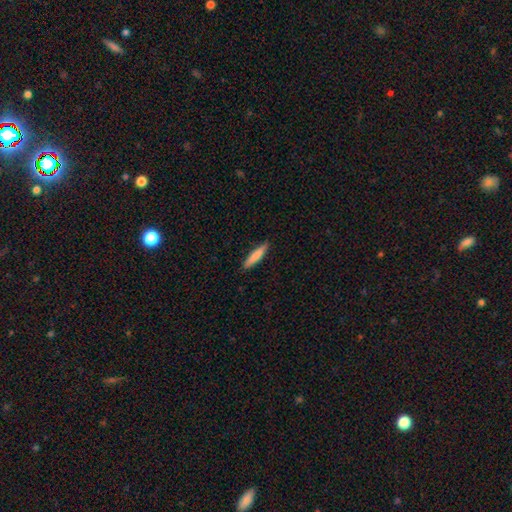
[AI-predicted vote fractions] Smooth or featured? smooth (78%)
How rounded? cigar-shaped (87%)
Merging? none (89%)